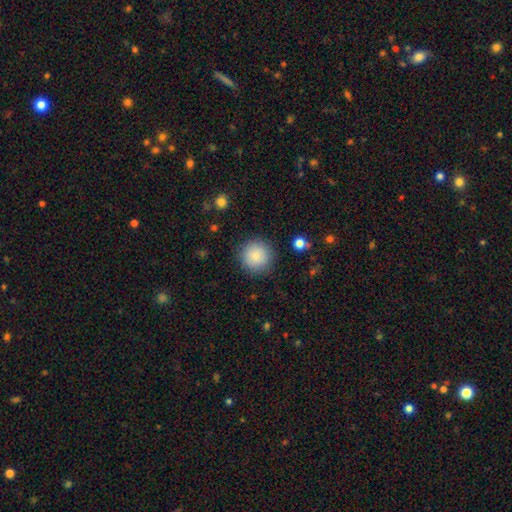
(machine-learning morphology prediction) Overall: smooth (86%). How rounded: round (95%). Merging: none (89%).